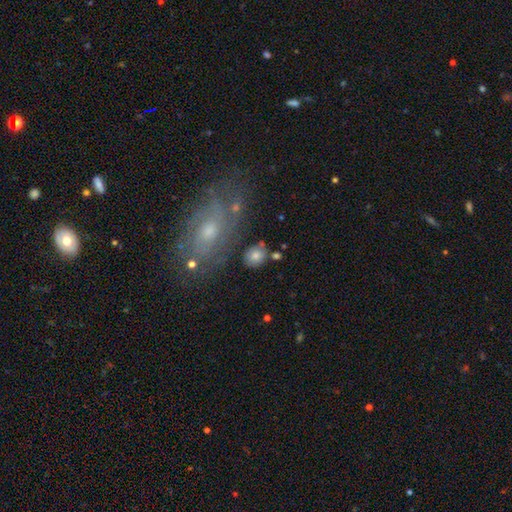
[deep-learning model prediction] smooth_or_featured: smooth (p=0.78) [alt: featured or disk p=0.12]
how_rounded: round (p=0.61) [alt: in between p=0.38]
merging: none (p=0.75) [alt: minor disturbance p=0.13]